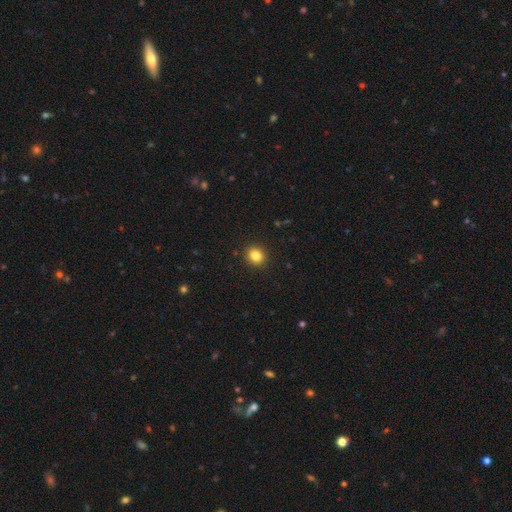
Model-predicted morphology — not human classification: smooth 84%, star or artifact 11%, featured or disk 5%. Down the decision tree: how rounded — round (82%); merging — none (92%).